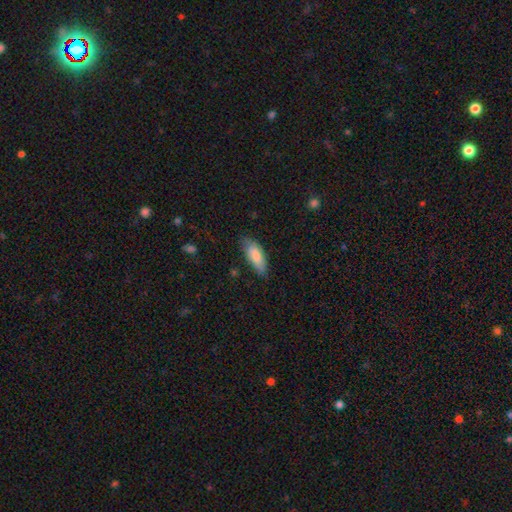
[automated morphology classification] Smooth or featured?
  - smooth: 83% *
  - featured or disk: 12%
  - star or artifact: 6%
How rounded?
  - in between: 74% *
  - cigar-shaped: 25%
  - round: 2%
Merging?
  - none: 73% *
  - minor disturbance: 22%
  - major disturbance: 4%
  - merger: 1%